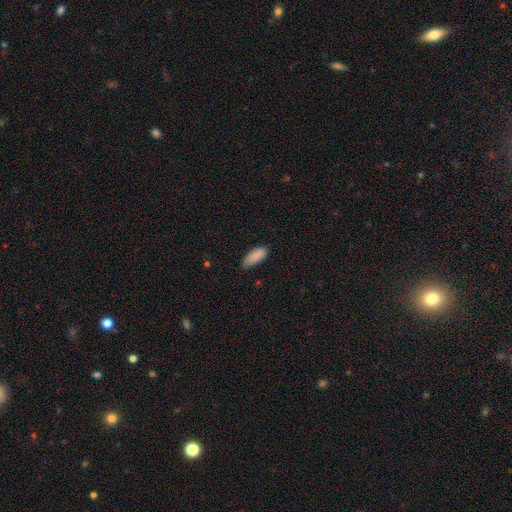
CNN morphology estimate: Smooth or featured?
  - smooth: 88% *
  - star or artifact: 7%
  - featured or disk: 5%
How rounded?
  - in between: 80% *
  - cigar-shaped: 18%
  - round: 2%
Merging?
  - none: 65% *
  - minor disturbance: 29%
  - major disturbance: 5%
  - merger: 2%